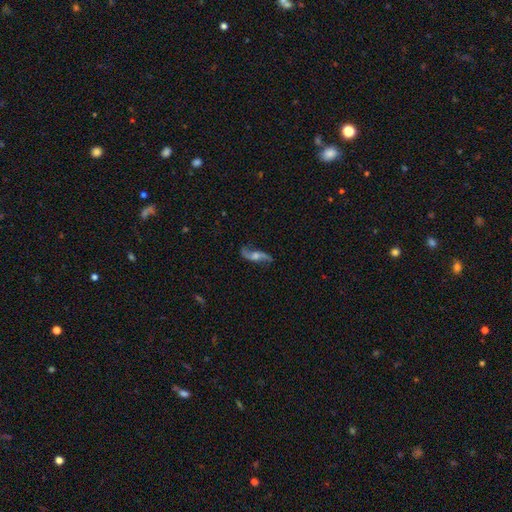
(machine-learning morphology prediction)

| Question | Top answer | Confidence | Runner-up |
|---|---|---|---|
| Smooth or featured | featured or disk | 85% | smooth (8%) |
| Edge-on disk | no | 89% | yes (11%) |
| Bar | no | 55% | weak (33%) |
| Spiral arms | yes | 96% | no (4%) |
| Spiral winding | loose | 85% | medium (12%) |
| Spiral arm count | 2 | 93% | 1 (2%) |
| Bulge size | moderate | 50% | small (27%) |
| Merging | none | 77% | minor disturbance (14%) |